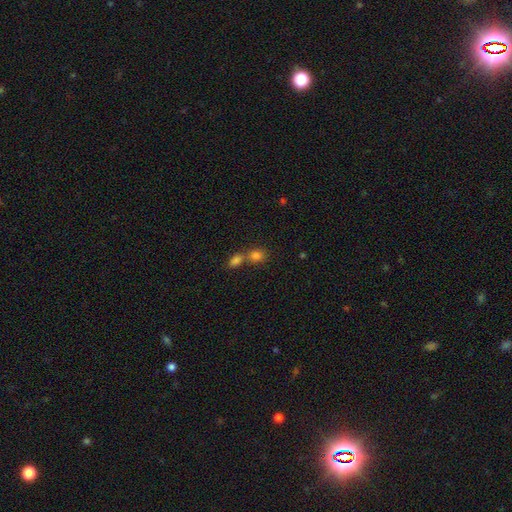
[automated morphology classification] The model was most divided on "how rounded": in between: 51%, round: 47%, cigar-shaped: 2%. More confident: smooth or featured — smooth (80%); merging — merger (57%).